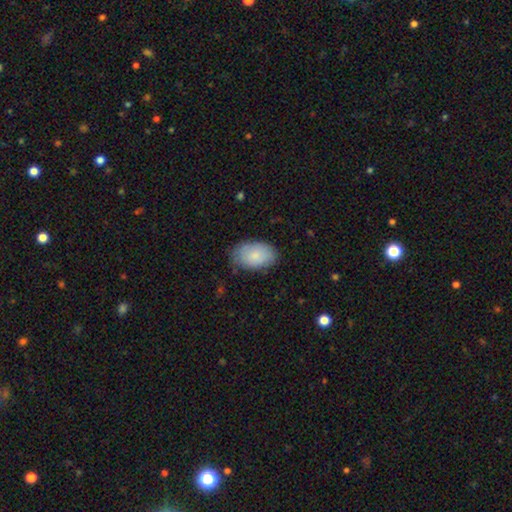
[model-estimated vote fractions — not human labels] Smooth or featured? smooth (81%)
How rounded? in between (90%)
Merging? none (74%)